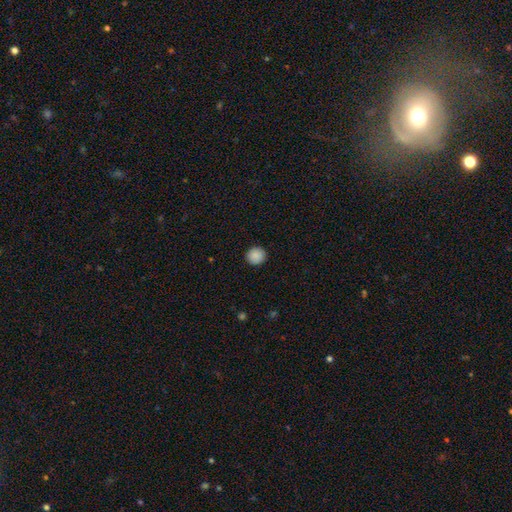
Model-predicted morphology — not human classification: Smooth or featured? Predicted: smooth (p=0.89). How rounded? Predicted: round (p=0.91). Merging? Predicted: none (p=0.92).